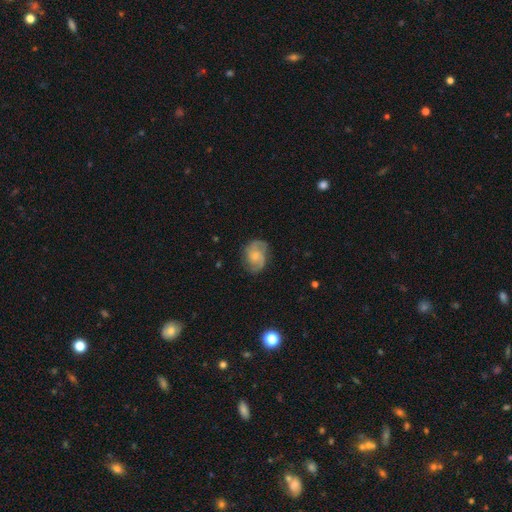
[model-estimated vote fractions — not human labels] featured or disk 74%, smooth 19%, star or artifact 7%. Down the decision tree: edge-on disk — no (98%); bar — no (63%); spiral arms — yes (94%); spiral arm count — 2 (81%); spiral winding — medium (50%); bulge size — small (50%); merging — none (72%).